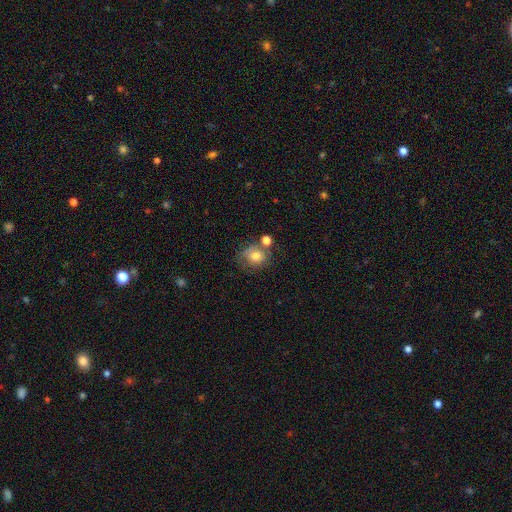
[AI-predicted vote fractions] smooth 68%, featured or disk 21%, star or artifact 11%. Down the decision tree: how rounded — round (65%); merging — none (46%).